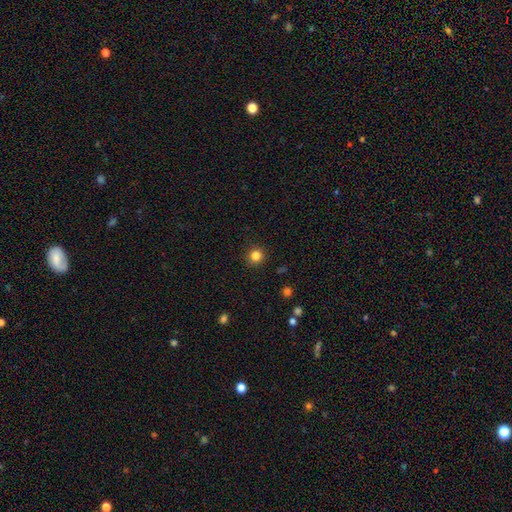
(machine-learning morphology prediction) smooth 83%, star or artifact 12%, featured or disk 4%. Down the decision tree: how rounded — round (94%); merging — none (91%).